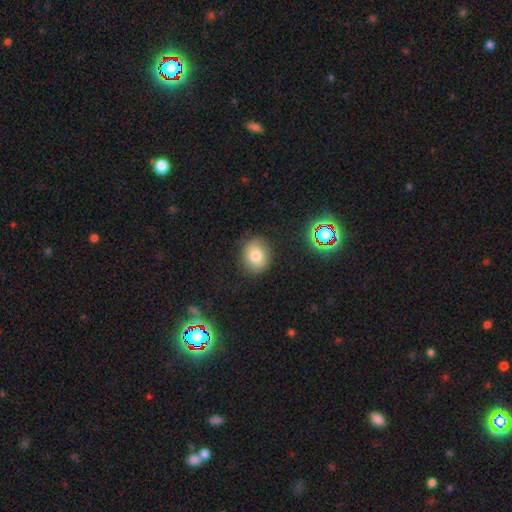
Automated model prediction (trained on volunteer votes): smooth-or-featured: smooth: 77% | star or artifact: 12% | featured or disk: 11%
  how-rounded: round: 66% | in between: 33% | cigar-shaped: 1%
  merging: none: 83% | minor disturbance: 12% | major disturbance: 3% | merger: 2%